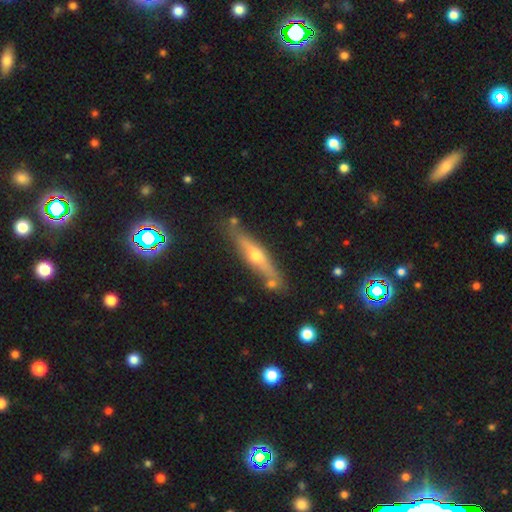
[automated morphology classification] Smooth or featured? featured or disk (61%)
Edge-on disk? yes (90%)
Edge-on bulge? rounded (91%)
Merging? none (78%)